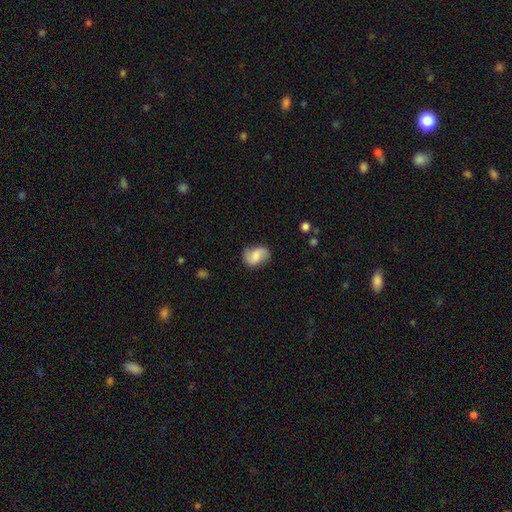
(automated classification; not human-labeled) Overall: smooth (56%; featured or disk 36%). How rounded: in between (76%). Merging: none (66%).